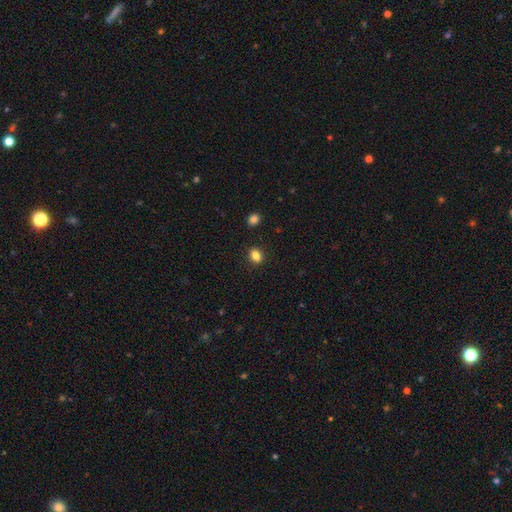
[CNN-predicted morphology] smooth 84%, star or artifact 11%, featured or disk 5%. Down the decision tree: how rounded — in between (52%); merging — none (89%).